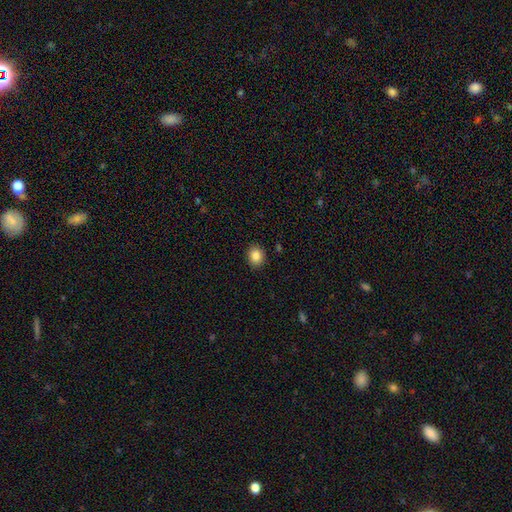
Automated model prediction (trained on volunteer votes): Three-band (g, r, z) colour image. It shows a smooth galaxy with no disk features (86%) that is round (60%). Merging: none (89%).